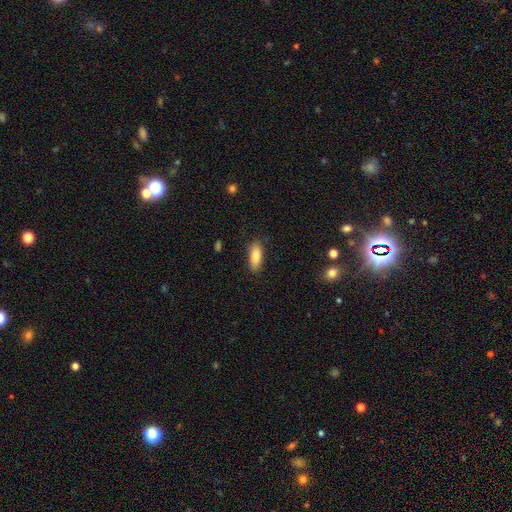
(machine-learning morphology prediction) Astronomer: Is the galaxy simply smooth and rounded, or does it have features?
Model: smooth — 83%.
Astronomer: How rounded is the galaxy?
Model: in between — 77%.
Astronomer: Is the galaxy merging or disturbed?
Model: none — 84%.